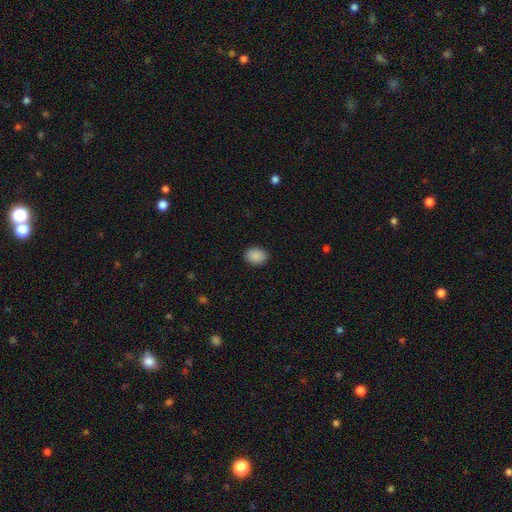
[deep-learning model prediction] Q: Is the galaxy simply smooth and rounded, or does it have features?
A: smooth — 89%.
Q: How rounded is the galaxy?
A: in between — 57%.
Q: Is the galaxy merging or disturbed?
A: none — 90%.